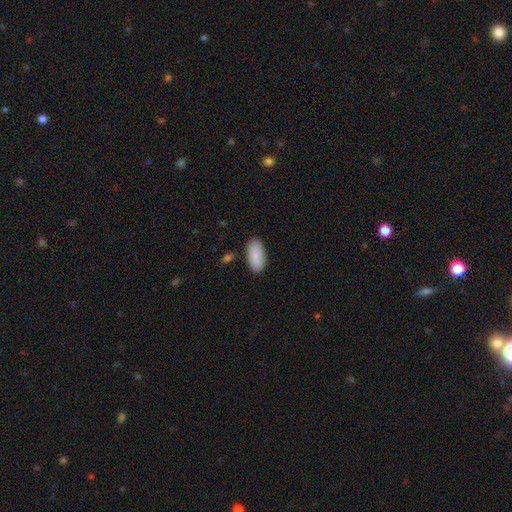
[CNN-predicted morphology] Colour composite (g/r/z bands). It shows a smooth galaxy with no disk features (88%) that is in between round and cigar-shaped (94%). Merging: none (86%).